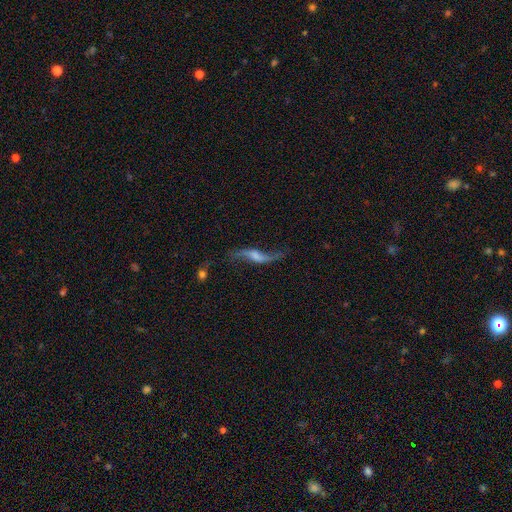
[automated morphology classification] A featured or disk galaxy (80%) with a weak bar (40%), 2 (91%) loose (94%) spiral arms (93%) and no central bulge (37%). Merging: none (65%).